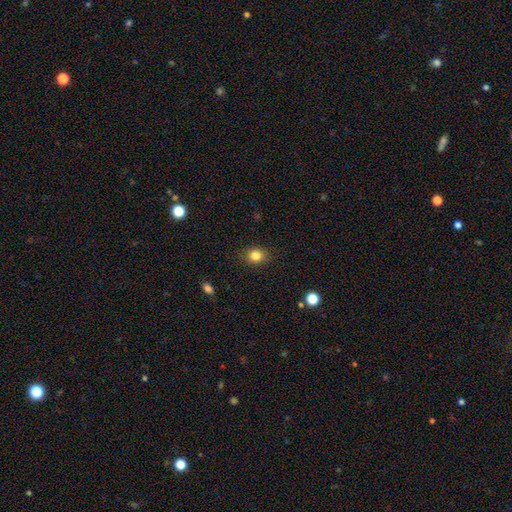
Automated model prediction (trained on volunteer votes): smooth-or-featured: smooth: 83% | star or artifact: 11% | featured or disk: 6%
  how-rounded: round: 57% | in between: 42% | cigar-shaped: 1%
  merging: none: 86% | minor disturbance: 10% | major disturbance: 3% | merger: 1%